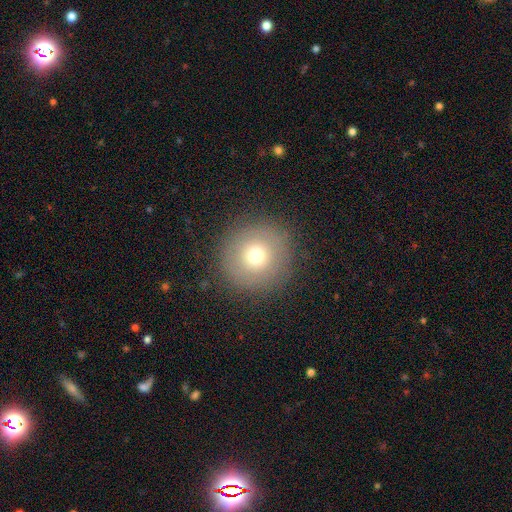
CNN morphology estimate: This appears to be a smooth galaxy with no disk features (69%) that is round (96%). Merging: none (89%).